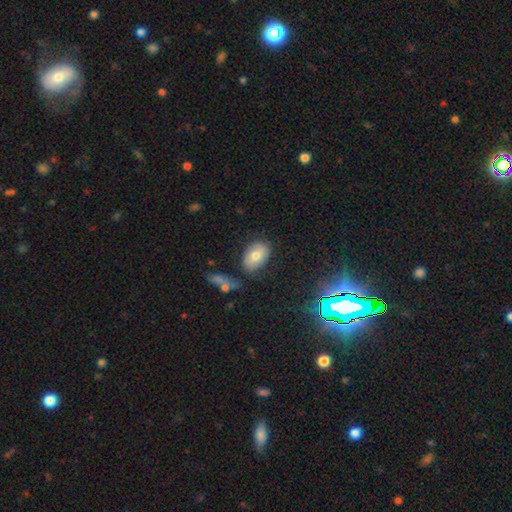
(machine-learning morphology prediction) The model was most divided on "smooth or featured": smooth: 72%, featured or disk: 19%, star or artifact: 8%. More confident: how rounded — in between (86%); merging — none (76%).